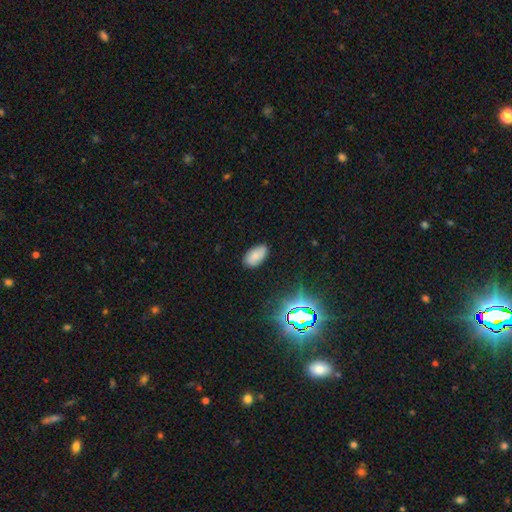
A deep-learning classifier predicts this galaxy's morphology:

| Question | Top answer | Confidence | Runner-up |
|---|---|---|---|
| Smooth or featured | smooth | 74% | star or artifact (14%) |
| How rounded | in between | 94% | round (4%) |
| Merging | none | 82% | minor disturbance (14%) |